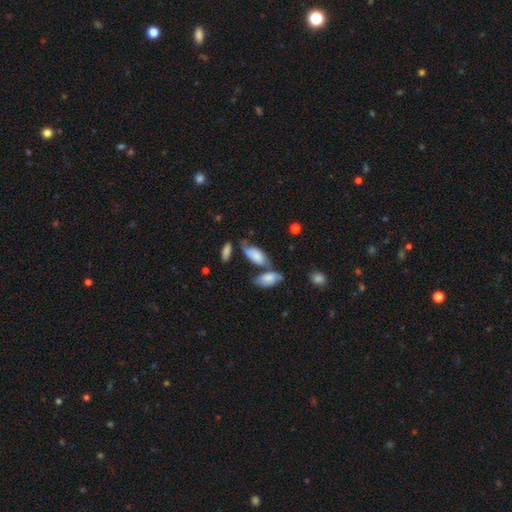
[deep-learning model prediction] This appears to be a smooth galaxy with no disk features (66%) that is in between round and cigar-shaped (88%). Merging: none (35%).